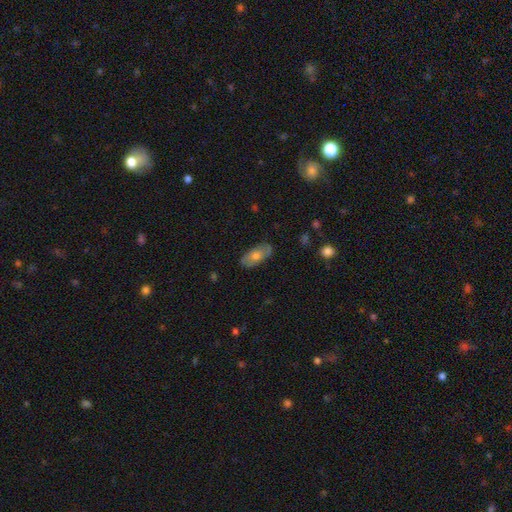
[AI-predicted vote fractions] The model was most divided on "smooth or featured": smooth: 61%, featured or disk: 32%, star or artifact: 7%. More confident: how rounded — in between (88%); merging — none (81%).